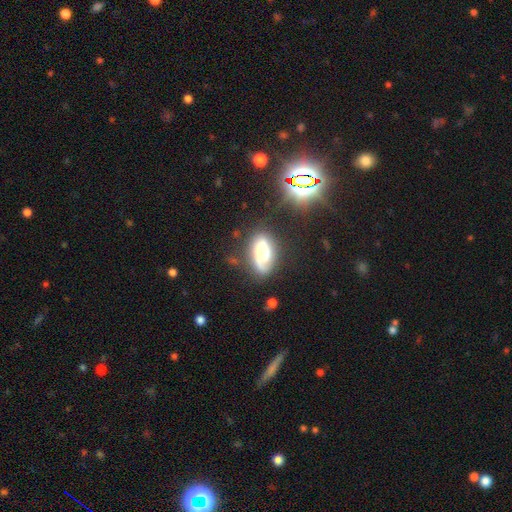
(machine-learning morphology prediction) smooth-or-featured: smooth: 54% | star or artifact: 31% | featured or disk: 16%
  how-rounded: in between: 78% | cigar-shaped: 12% | round: 10%
  merging: none: 77% | minor disturbance: 14% | major disturbance: 5% | merger: 4%